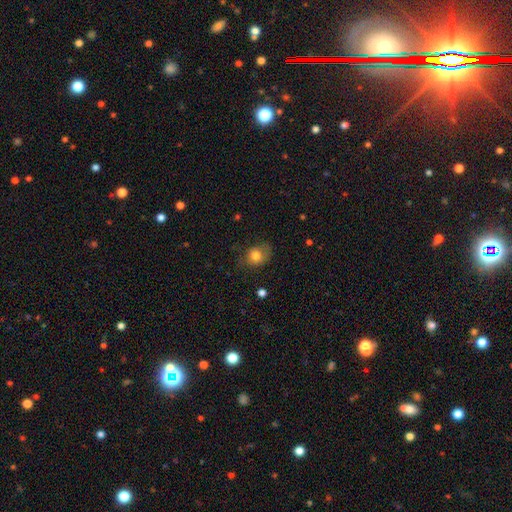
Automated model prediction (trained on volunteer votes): The model was most divided on "how rounded": round: 56%, in between: 43%, cigar-shaped: 1%. More confident: smooth or featured — smooth (79%); merging — none (61%).